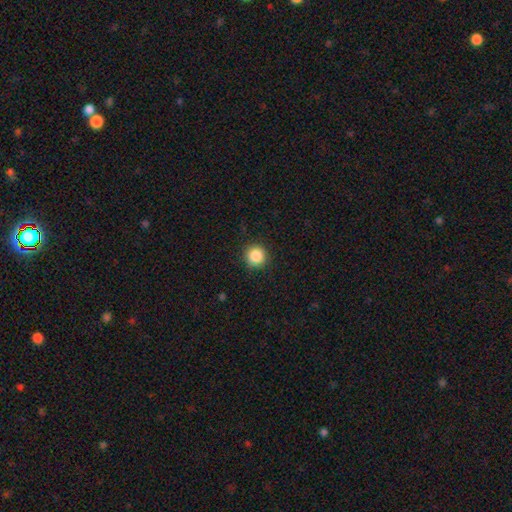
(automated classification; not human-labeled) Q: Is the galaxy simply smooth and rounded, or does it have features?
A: smooth — 87%.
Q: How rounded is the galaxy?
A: round — 94%.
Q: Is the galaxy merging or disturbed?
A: none — 90%.